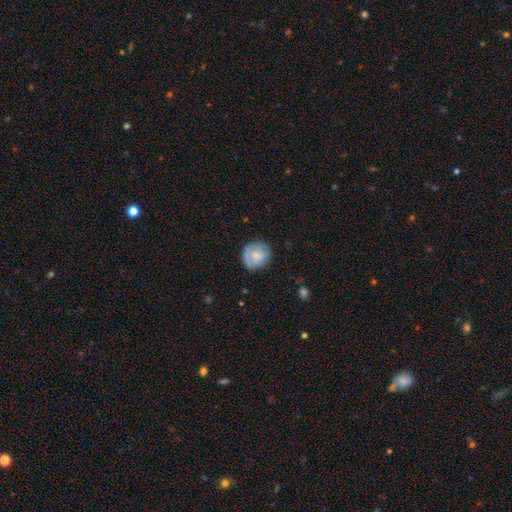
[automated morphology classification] The model was most divided on "smooth or featured": smooth: 62%, featured or disk: 32%, star or artifact: 7%. More confident: how rounded — round (86%); merging — none (72%).